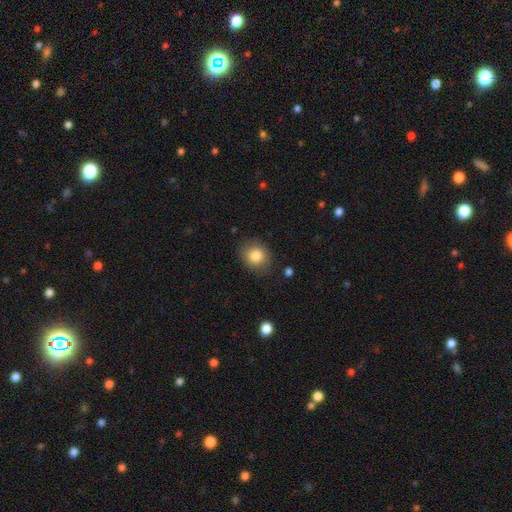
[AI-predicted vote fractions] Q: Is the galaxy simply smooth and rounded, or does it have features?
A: smooth — 84%.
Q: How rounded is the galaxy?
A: round — 68%.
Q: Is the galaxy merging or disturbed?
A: none — 81%.